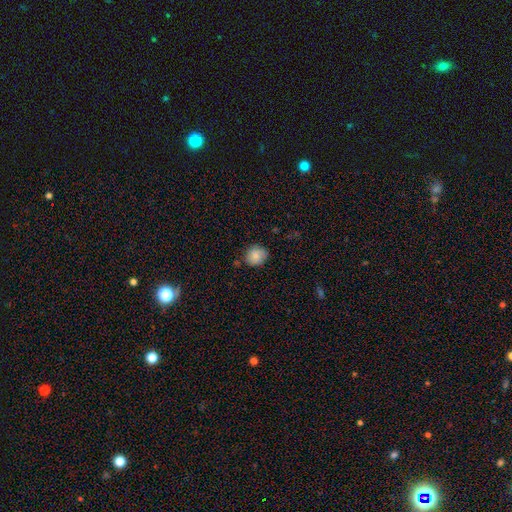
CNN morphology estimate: This is clearly a smooth galaxy (86%). How rounded: likely round (80%). Merging: likely none (80%).